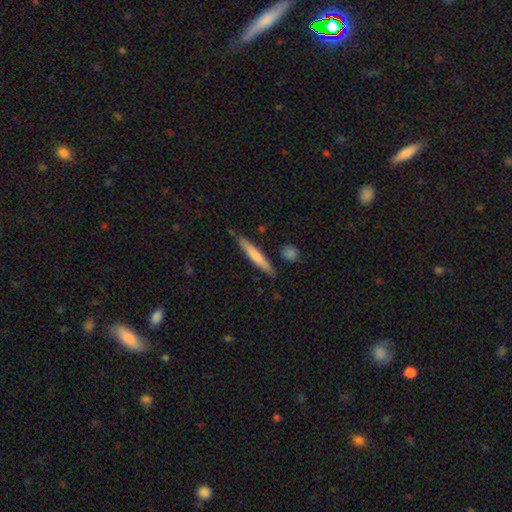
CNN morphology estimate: type=smooth (69%); roundness=cigar-shaped (94%); merging=none (86%).